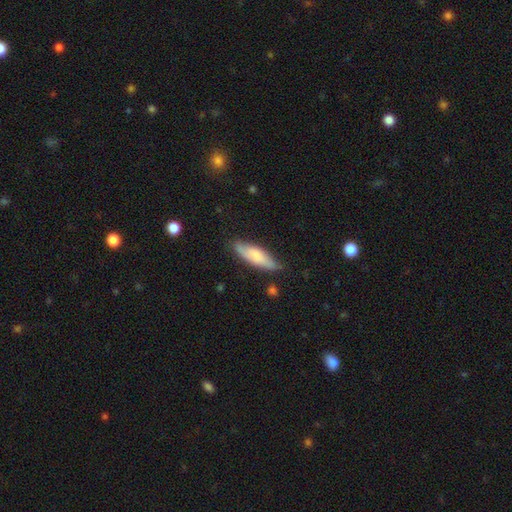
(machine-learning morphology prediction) smooth_or_featured: smooth (p=0.71) [alt: featured or disk p=0.23]
how_rounded: cigar-shaped (p=0.50) [alt: in between p=0.49]
merging: none (p=0.74) [alt: minor disturbance p=0.21]